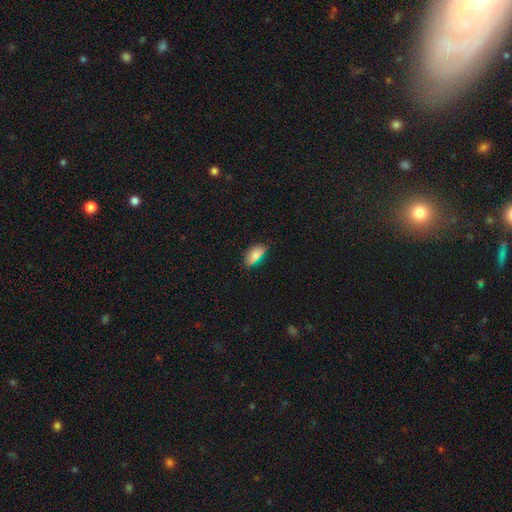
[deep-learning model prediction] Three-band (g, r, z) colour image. It shows a smooth galaxy with no disk features (80%) that is in between round and cigar-shaped (90%). Merging: none (77%).